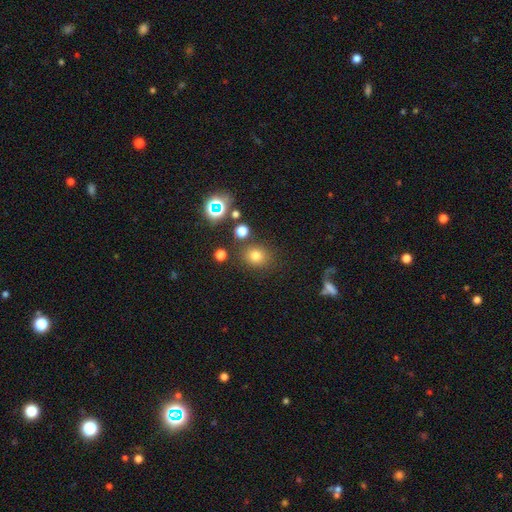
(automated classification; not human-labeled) The model was most divided on "how rounded": round: 71%, in between: 28%, cigar-shaped: 1%. More confident: merging — none (80%); smooth or featured — smooth (74%).